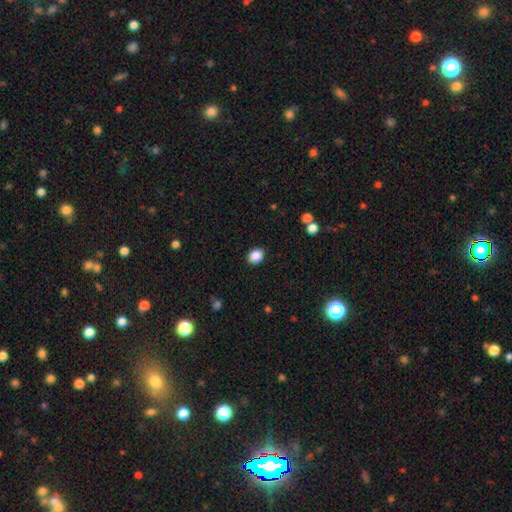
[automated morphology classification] This is clearly a smooth galaxy (88%). How rounded: possibly in between (55%). Merging: clearly none (88%).